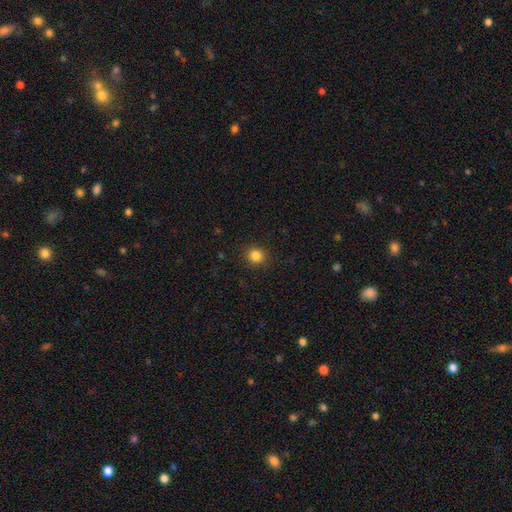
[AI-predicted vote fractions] smooth_or_featured: smooth (p=0.84) [alt: star or artifact p=0.12]
how_rounded: round (p=0.88) [alt: in between p=0.11]
merging: none (p=0.90) [alt: minor disturbance p=0.07]